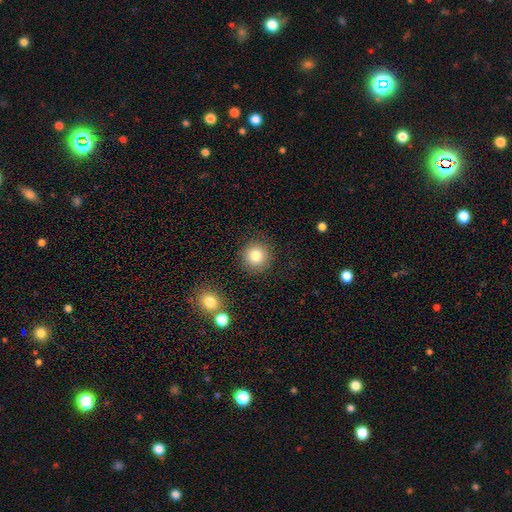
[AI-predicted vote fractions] Morphology: type=smooth (82%); roundness=round (94%); merging=none (88%).